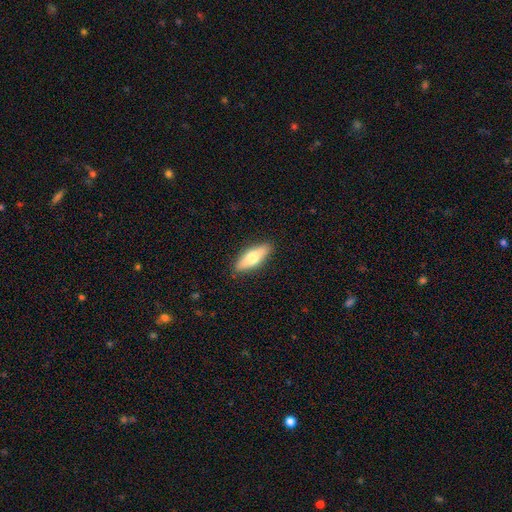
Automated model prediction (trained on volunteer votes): Morphology: type=smooth (58%); roundness=in between (56%); merging=none (89%).